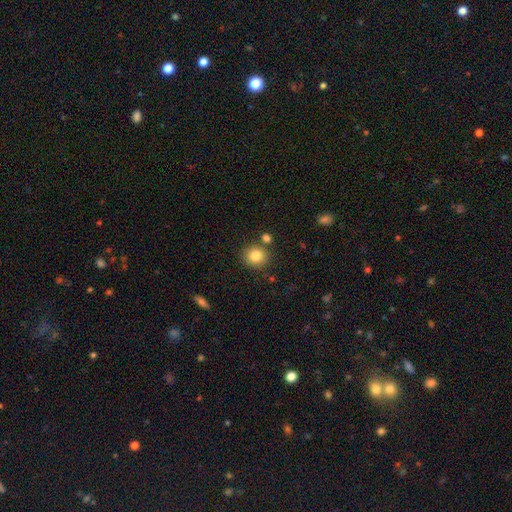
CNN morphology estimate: smooth-or-featured: smooth: 83% | star or artifact: 10% | featured or disk: 7%
  how-rounded: round: 84% | in between: 15% | cigar-shaped: 1%
  merging: none: 80% | minor disturbance: 9% | merger: 8% | major disturbance: 3%